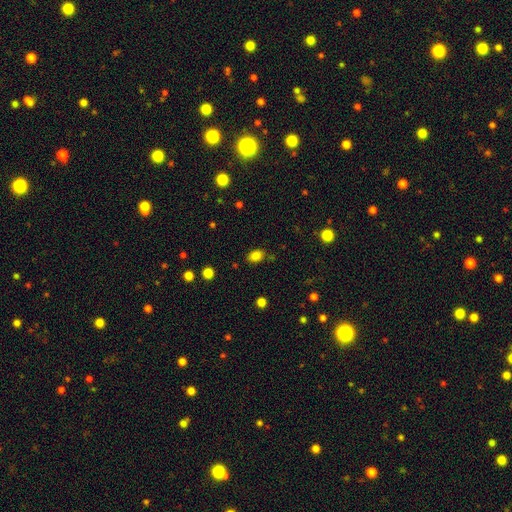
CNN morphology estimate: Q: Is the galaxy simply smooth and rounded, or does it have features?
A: smooth — 82%.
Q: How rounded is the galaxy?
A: in between — 73%.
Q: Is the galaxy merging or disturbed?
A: none — 80%.